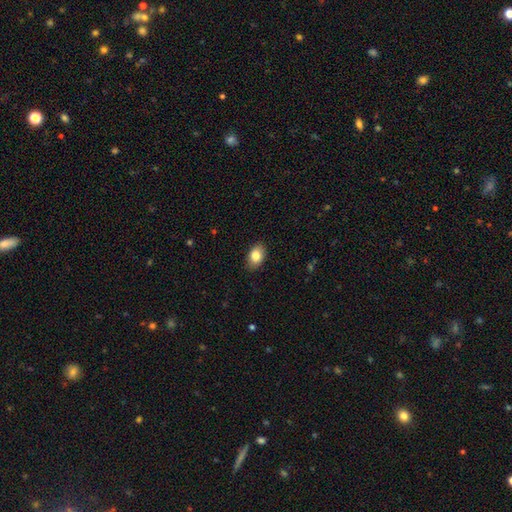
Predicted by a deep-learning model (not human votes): smooth-or-featured: smooth: 84% | featured or disk: 8% | star or artifact: 8%
  how-rounded: in between: 85% | round: 14% | cigar-shaped: 1%
  merging: none: 87% | minor disturbance: 10% | major disturbance: 2% | merger: 1%